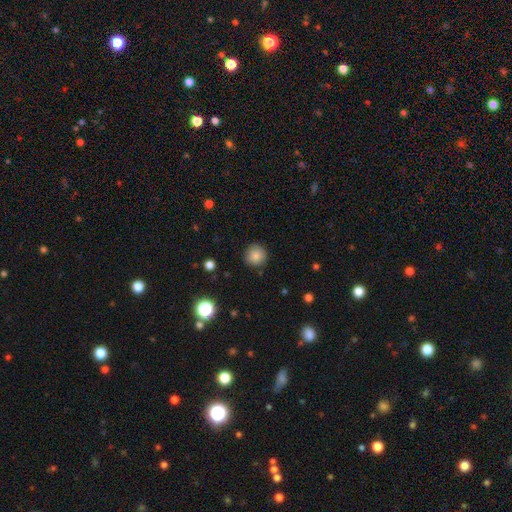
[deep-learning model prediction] Smooth or featured? Predicted: smooth (p=0.85). How rounded? Predicted: round (p=0.94). Merging? Predicted: none (p=0.89).